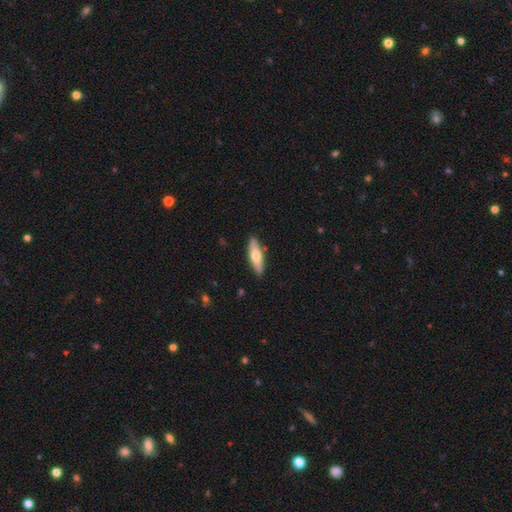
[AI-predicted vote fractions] Q: Smooth or featured?
A: smooth (61%); runner-up: featured or disk (34%)
Q: How rounded?
A: cigar-shaped (54%); runner-up: in between (44%)
Q: Merging?
A: none (87%); runner-up: minor disturbance (9%)